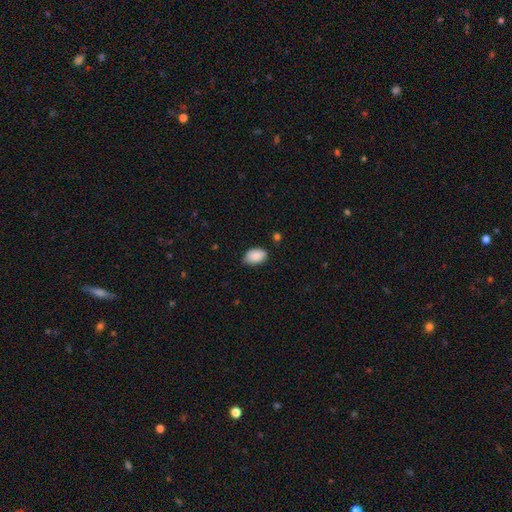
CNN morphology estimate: A smooth galaxy with no disk features (90%) that is in between round and cigar-shaped (87%). Merging: none (74%).